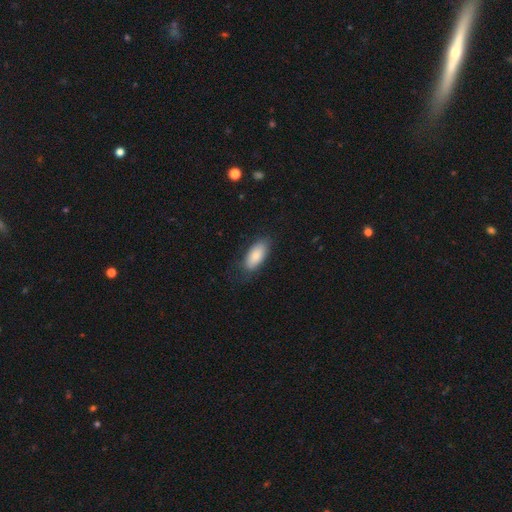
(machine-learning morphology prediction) Smooth or featured?
  - smooth: 85% *
  - featured or disk: 9%
  - star or artifact: 6%
How rounded?
  - in between: 89% *
  - cigar-shaped: 9%
  - round: 2%
Merging?
  - none: 77% *
  - minor disturbance: 17%
  - major disturbance: 5%
  - merger: 1%